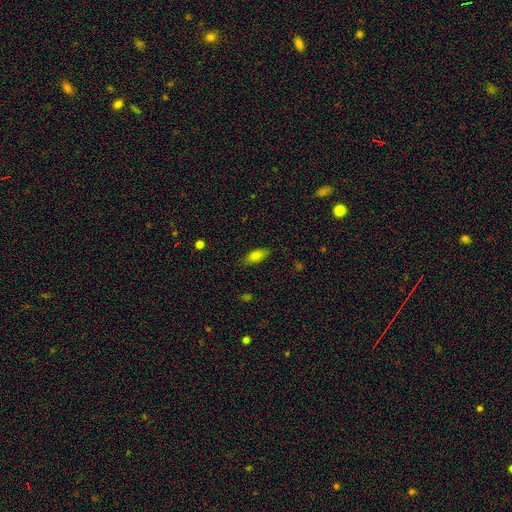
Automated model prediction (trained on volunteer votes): Overall: smooth (82%). How rounded: in between (84%). Merging: none (79%).